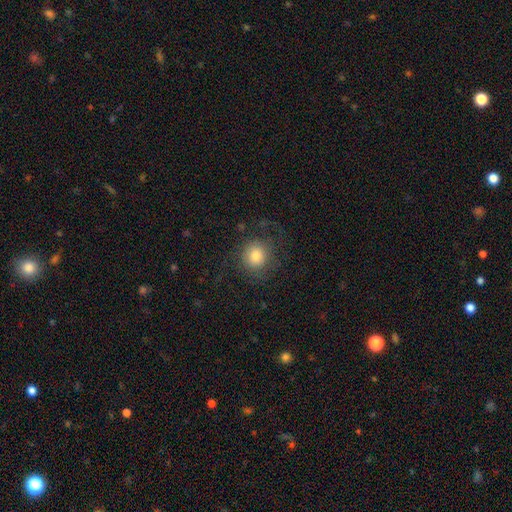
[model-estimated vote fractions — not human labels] smooth-or-featured: smooth: 72% | featured or disk: 18% | star or artifact: 10%
  how-rounded: round: 86% | in between: 13% | cigar-shaped: 1%
  merging: none: 69% | major disturbance: 15% | minor disturbance: 14% | merger: 1%